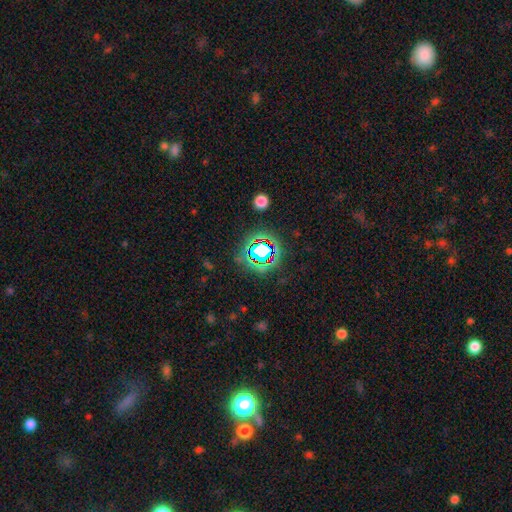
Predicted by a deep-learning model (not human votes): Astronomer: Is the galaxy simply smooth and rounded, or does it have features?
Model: star or artifact — 76%.